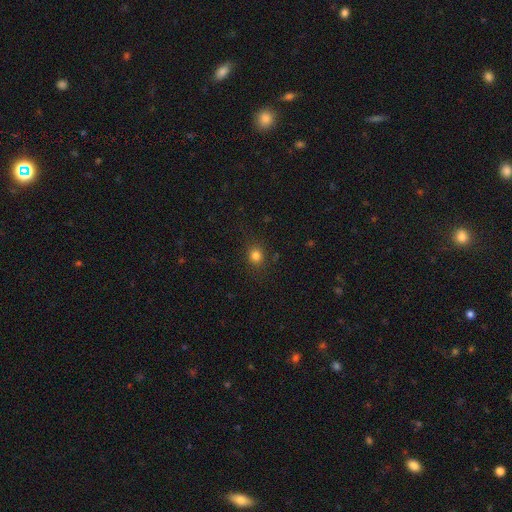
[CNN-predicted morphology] Q: Smooth or featured?
A: smooth (80%); runner-up: star or artifact (14%)
Q: How rounded?
A: round (80%); runner-up: in between (19%)
Q: Merging?
A: none (85%); runner-up: minor disturbance (10%)